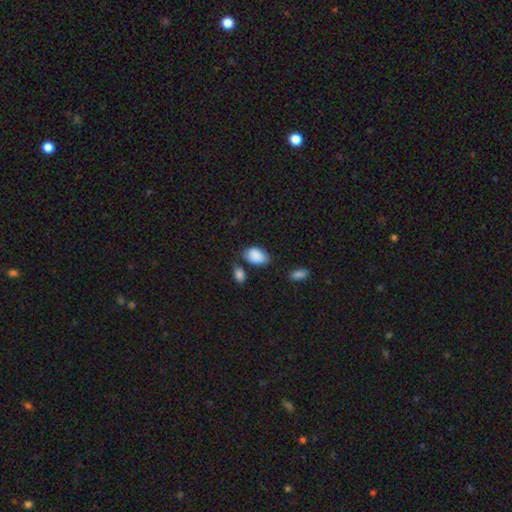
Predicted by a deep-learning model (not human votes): A smooth galaxy with no disk features (89%) that is in between round and cigar-shaped (90%).

Vote fractions:
- Smooth or featured? smooth: 89% / star or artifact: 6% / featured or disk: 5%
- How rounded? in between: 90% / round: 8% / cigar-shaped: 1%
- Merging? none: 62% / minor disturbance: 22% / merger: 11% / major disturbance: 5%